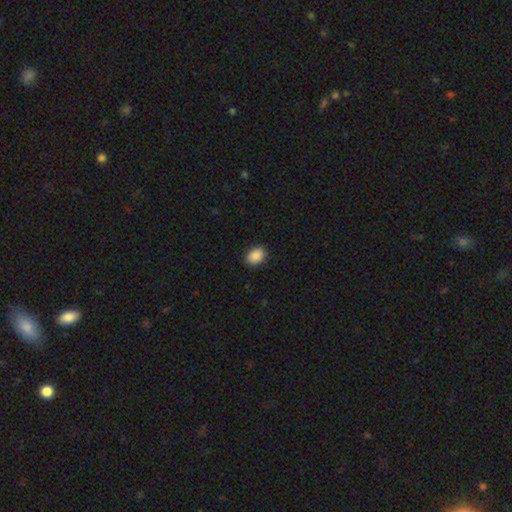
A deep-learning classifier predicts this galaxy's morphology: smooth-or-featured: smooth: 89% | star or artifact: 8% | featured or disk: 3%
  how-rounded: in between: 67% | round: 32% | cigar-shaped: 1%
  merging: none: 89% | minor disturbance: 8% | major disturbance: 2% | merger: 1%